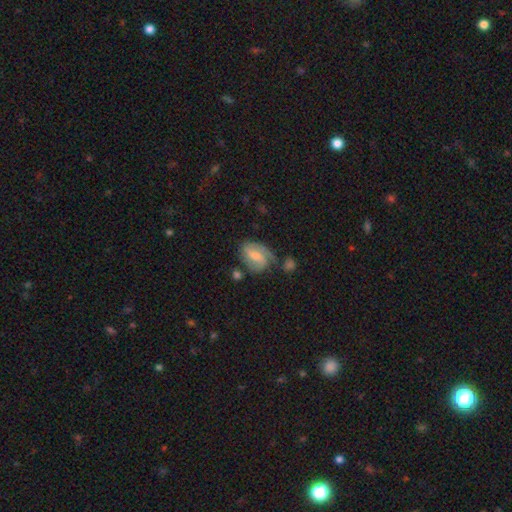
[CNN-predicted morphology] The model was most divided on "bulge size": moderate: 40%, small: 39%, none: 13%, large: 6%, dominant: 2%. Remaining: edge-on disk — no (96%); spiral arms — yes (89%); spiral arm count — 2 (68%); smooth or featured — featured or disk (64%); merging — none (53%); bar — weak (49%); spiral winding — medium (46%).